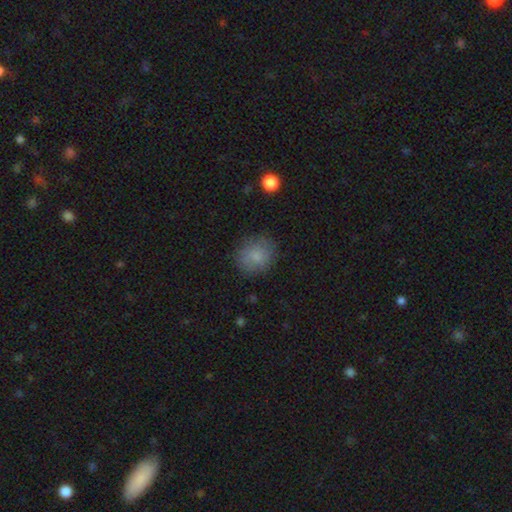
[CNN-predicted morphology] Smooth or featured? smooth (83%)
How rounded? round (72%)
Merging? none (81%)